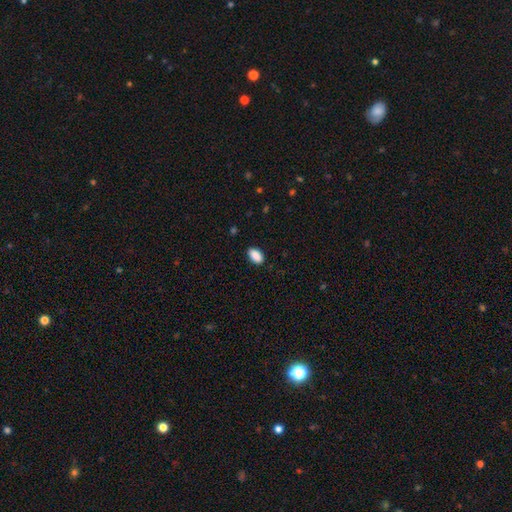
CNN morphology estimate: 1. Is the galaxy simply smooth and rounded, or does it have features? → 90% smooth, 7% star or artifact, 3% featured or disk.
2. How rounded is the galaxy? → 93% in between, 4% round, 2% cigar-shaped.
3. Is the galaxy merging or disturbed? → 87% none, 10% minor disturbance, 2% major disturbance, 1% merger.